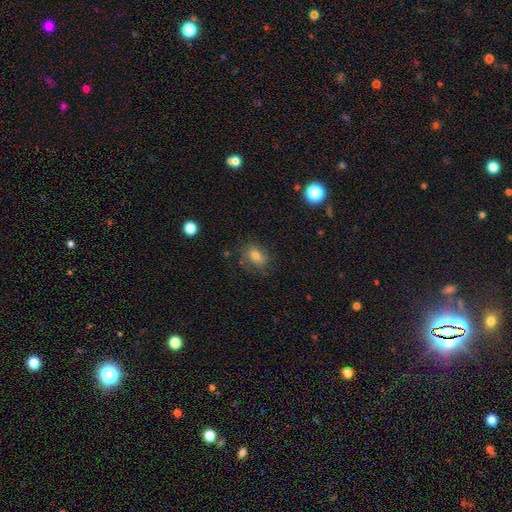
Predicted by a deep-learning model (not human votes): Smooth or featured: smooth — 73% (featured or disk — 15%)
How rounded: in between — 69% (round — 29%)
Merging: none — 71% (minor disturbance — 20%)